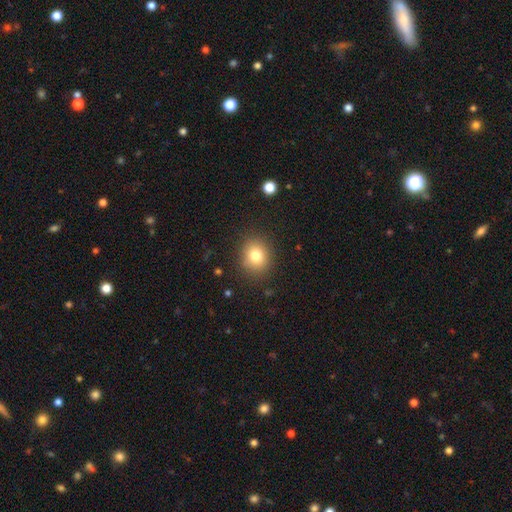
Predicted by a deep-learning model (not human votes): Morphology: type=smooth (79%); roundness=round (70%); merging=none (87%).